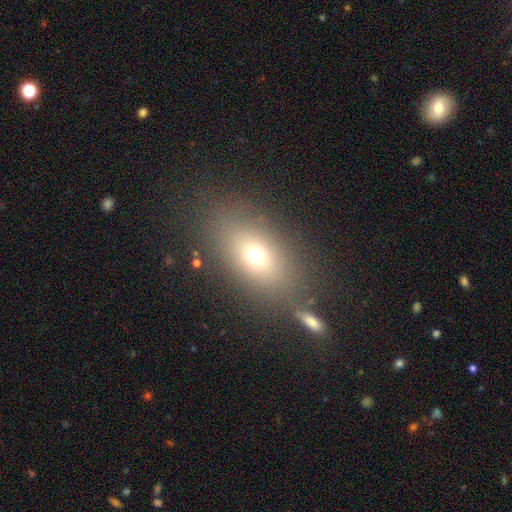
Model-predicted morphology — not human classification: Q: Smooth or featured?
A: smooth (67%); runner-up: featured or disk (17%)
Q: How rounded?
A: in between (74%); runner-up: round (21%)
Q: Merging?
A: none (72%); runner-up: minor disturbance (11%)